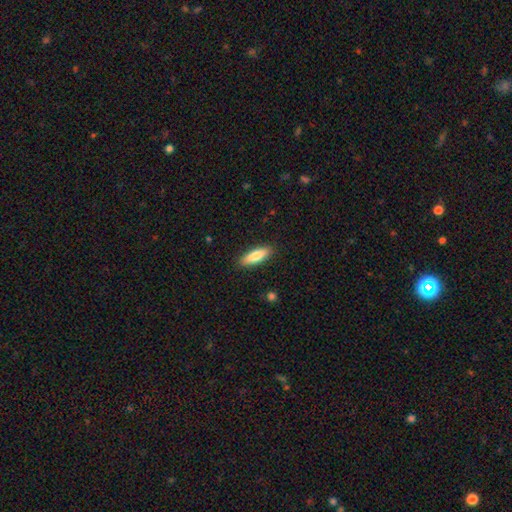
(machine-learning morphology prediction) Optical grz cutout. It shows a smooth galaxy with no disk features (82%) that is in between round and cigar-shaped (51%). Merging: none (89%).